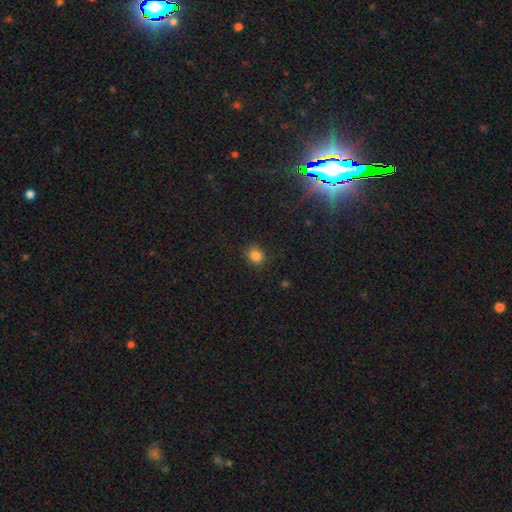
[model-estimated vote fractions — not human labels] This appears to be a smooth galaxy with no disk features (84%) that is round (69%). Merging: none (87%).